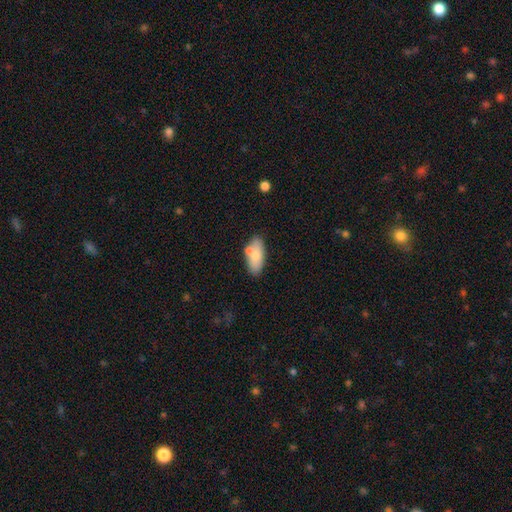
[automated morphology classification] Smooth or featured: smooth — 71% (featured or disk — 22%)
How rounded: in between — 86% (cigar-shaped — 11%)
Merging: none — 65% (minor disturbance — 16%)